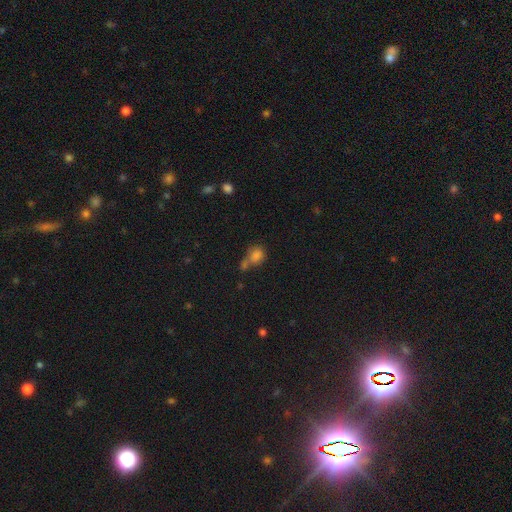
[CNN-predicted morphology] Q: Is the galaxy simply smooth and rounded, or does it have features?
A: smooth — 79%.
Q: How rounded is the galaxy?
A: round — 63%.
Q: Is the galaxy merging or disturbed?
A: none — 40%, tied with merger.